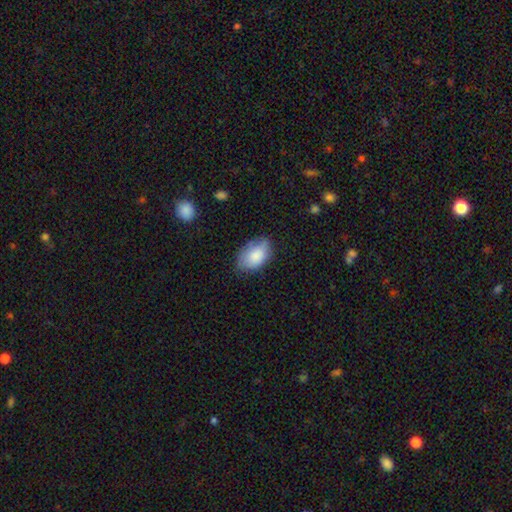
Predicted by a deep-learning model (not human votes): A smooth galaxy with no disk features (83%) that is in between round and cigar-shaped (90%).

Vote fractions:
- Smooth or featured? smooth: 83% / featured or disk: 10% / star or artifact: 7%
- How rounded? in between: 90% / round: 9% / cigar-shaped: 1%
- Merging? none: 65% / minor disturbance: 27% / major disturbance: 6% / merger: 2%